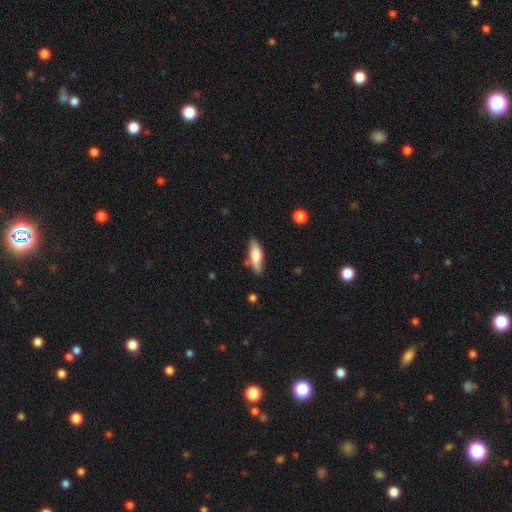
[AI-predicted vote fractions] Morphology: type=smooth (74%); roundness=in between (60%); merging=none (77%).